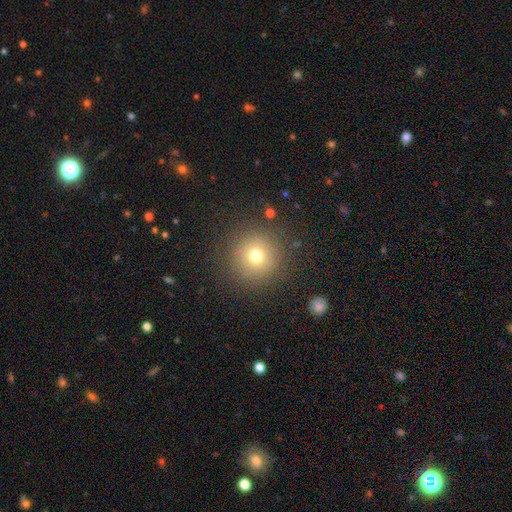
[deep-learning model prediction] Smooth or featured? Predicted: smooth (p=0.72). How rounded? Predicted: round (p=0.95). Merging? Predicted: none (p=0.88).